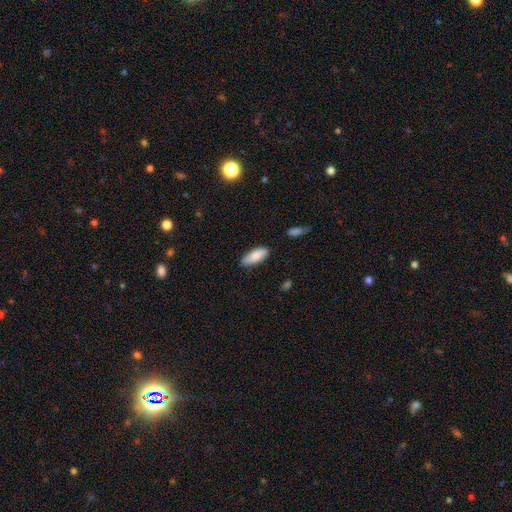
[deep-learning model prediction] smooth 86%, featured or disk 8%, star or artifact 6%. Down the decision tree: how rounded — in between (79%); merging — none (86%).